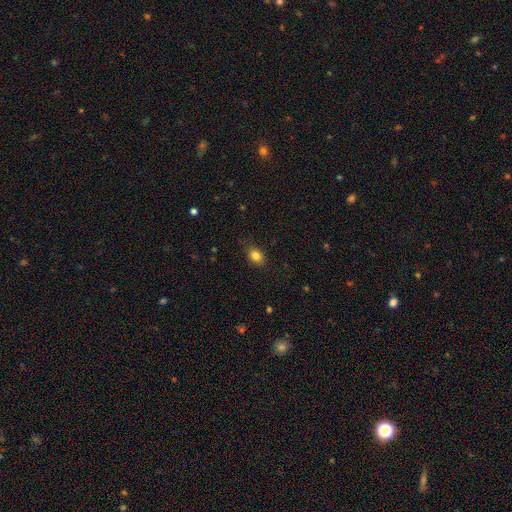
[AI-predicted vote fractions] Smooth or featured: smooth — 84% (star or artifact — 10%)
How rounded: in between — 73% (round — 26%)
Merging: none — 82% (minor disturbance — 14%)